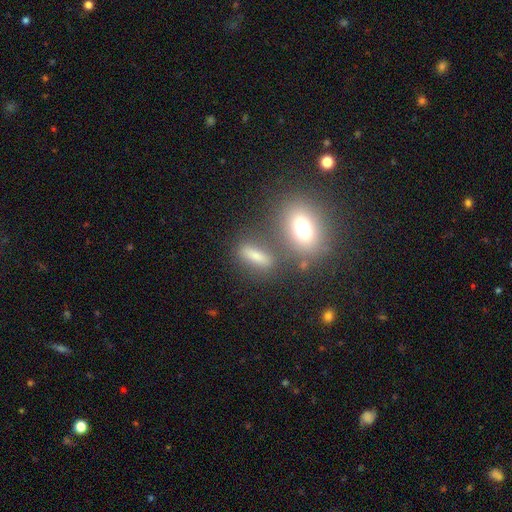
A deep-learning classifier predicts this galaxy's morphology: A smooth galaxy with no disk features (68%) that is in between round and cigar-shaped (50%). Merging: none (66%).